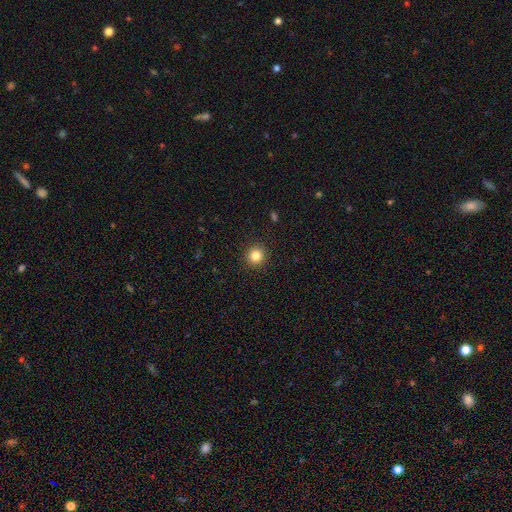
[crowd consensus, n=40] This appears to be a smooth galaxy with no disk features (92%) that is round (97%). Merging: none (97%).